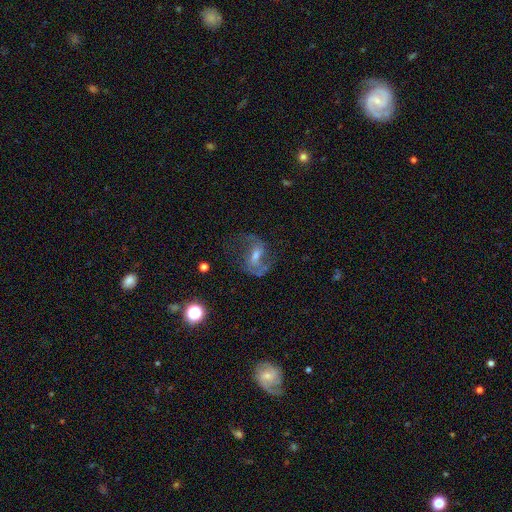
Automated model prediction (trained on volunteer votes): smooth-or-featured: featured or disk: 77% | smooth: 13% | star or artifact: 10%
  disk-edge-on: no: 96% | yes: 4%
    bar: weak: 47% | strong: 27% | no: 26%
    has-spiral-arms: yes: 90% | no: 10%
      spiral-winding: loose: 45% | medium: 44% | tight: 11%
      spiral-arm-count: 2: 84% | can't tell: 7% | 1: 5% | 3: 2% | 4: 1% | more than 4: 1%
    bulge-size: moderate: 47% | small: 42% | none: 5% | large: 4% | dominant: 1%
  merging: none: 60% | major disturbance: 20% | minor disturbance: 17% | merger: 3%